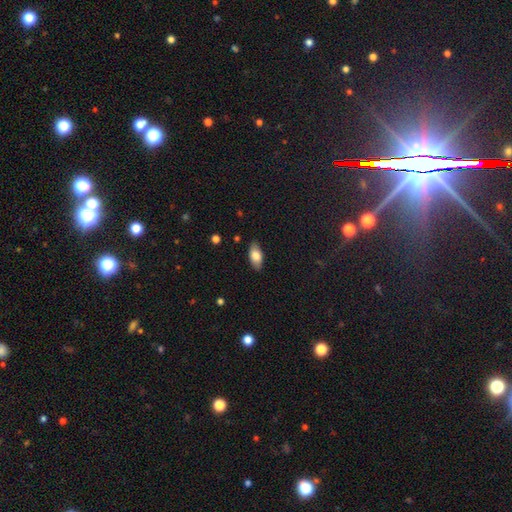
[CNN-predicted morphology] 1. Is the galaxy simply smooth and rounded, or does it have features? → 79% smooth, 15% featured or disk, 7% star or artifact.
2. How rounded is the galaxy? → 90% in between, 7% cigar-shaped, 3% round.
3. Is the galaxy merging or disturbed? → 86% none, 11% minor disturbance, 2% major disturbance, 1% merger.